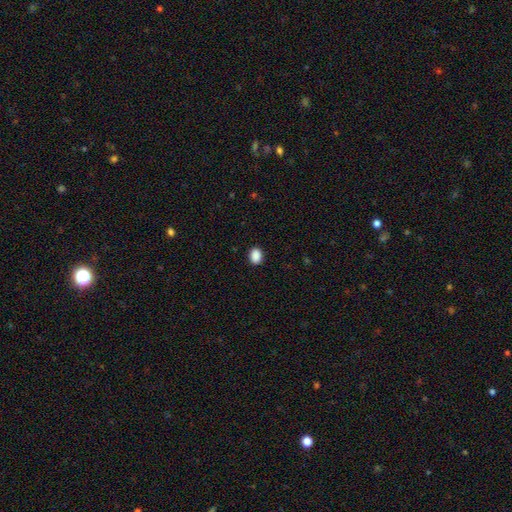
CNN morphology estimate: Q: Smooth or featured?
A: smooth (89%); runner-up: star or artifact (9%)
Q: How rounded?
A: in between (60%); runner-up: round (39%)
Q: Merging?
A: none (90%); runner-up: minor disturbance (7%)